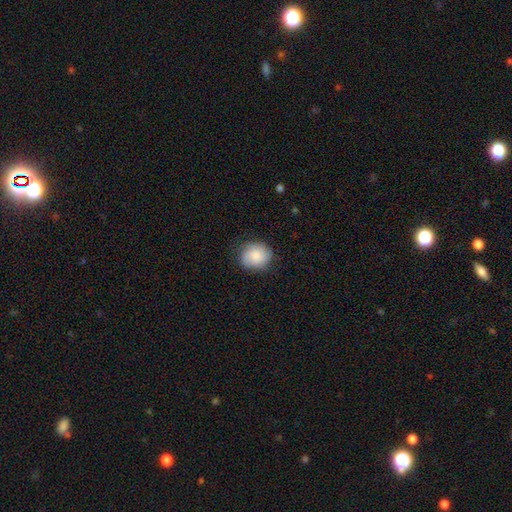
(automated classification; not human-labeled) smooth-or-featured: smooth: 79% | featured or disk: 14% | star or artifact: 7%
  how-rounded: round: 72% | in between: 27% | cigar-shaped: 1%
  merging: none: 80% | minor disturbance: 16% | major disturbance: 4% | merger: 1%